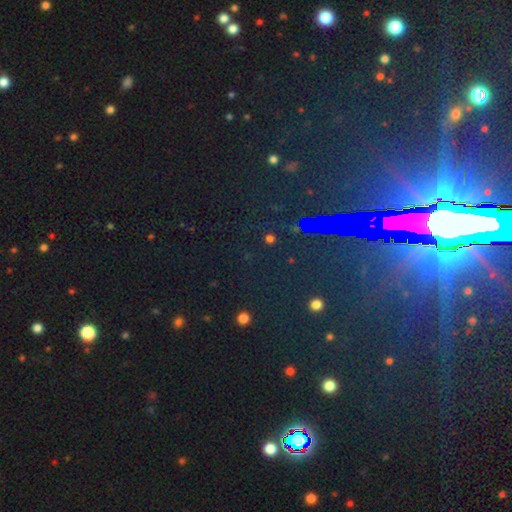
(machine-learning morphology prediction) smooth-or-featured: star or artifact: 78% | featured or disk: 12% | smooth: 10%